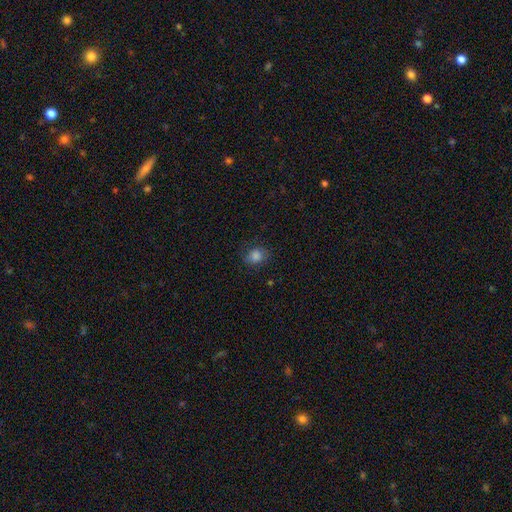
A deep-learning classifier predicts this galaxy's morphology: This appears to be a smooth galaxy with no disk features (83%) that is round (61%). Merging: none (80%).